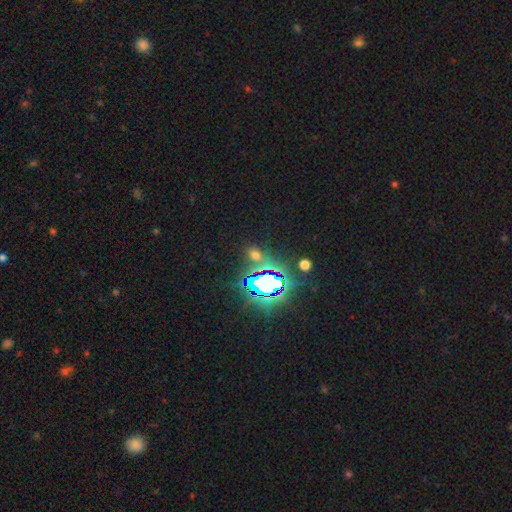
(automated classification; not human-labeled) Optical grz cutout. It shows a star or artifact, not a galaxy (54%).